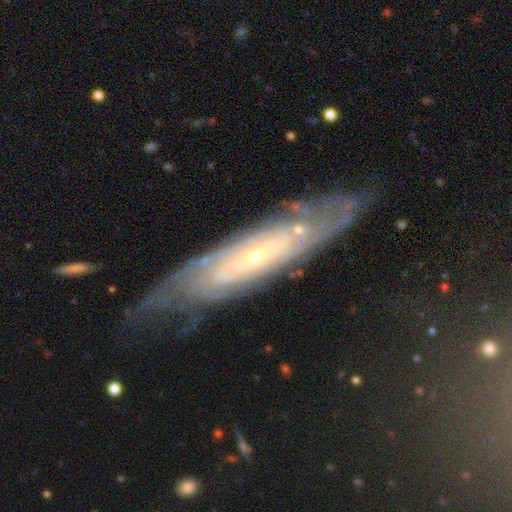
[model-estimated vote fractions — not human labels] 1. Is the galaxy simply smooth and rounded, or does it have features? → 80% featured or disk, 12% smooth, 7% star or artifact.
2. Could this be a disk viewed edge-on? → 77% no, 23% yes.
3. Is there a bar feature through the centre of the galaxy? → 66% no, 24% weak, 10% strong.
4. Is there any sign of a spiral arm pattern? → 90% yes, 10% no.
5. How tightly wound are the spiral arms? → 74% tight, 20% medium, 6% loose.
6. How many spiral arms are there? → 61% can't tell, 14% 2, 7% more than 4, 7% 4, 7% 3, 4% 1.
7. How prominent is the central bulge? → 80% small, 16% moderate, 2% none, 1% large, 1% dominant.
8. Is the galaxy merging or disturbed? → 69% none, 20% minor disturbance, 9% major disturbance, 2% merger.